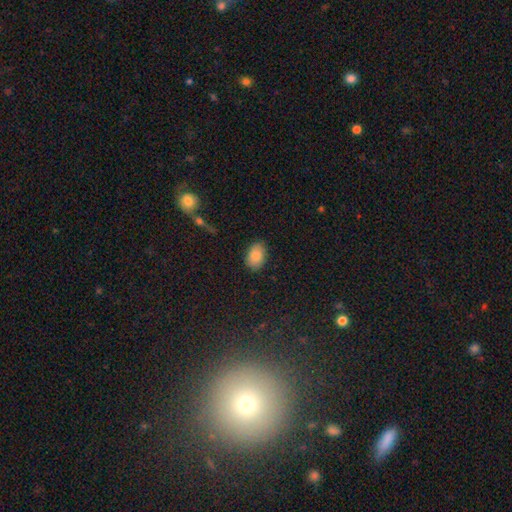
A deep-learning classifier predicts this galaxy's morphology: A smooth galaxy with no disk features (87%) that is in between round and cigar-shaped (86%).

Vote fractions:
- Smooth or featured? smooth: 87% / star or artifact: 7% / featured or disk: 6%
- How rounded? in between: 86% / round: 13% / cigar-shaped: 1%
- Merging? none: 84% / minor disturbance: 13% / major disturbance: 2% / merger: 1%